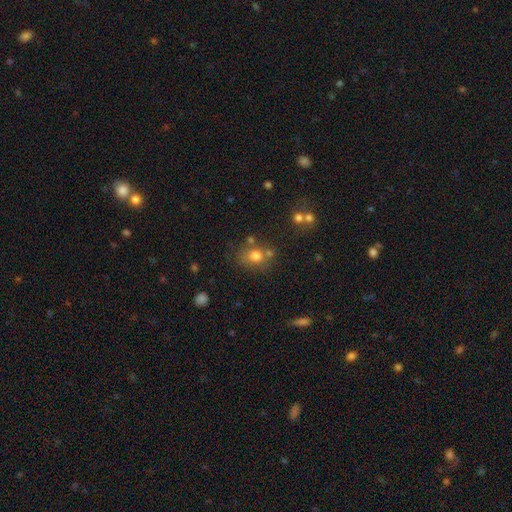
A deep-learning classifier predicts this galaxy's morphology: Smooth or featured? smooth (74%)
How rounded? round (61%)
Merging? none (62%)